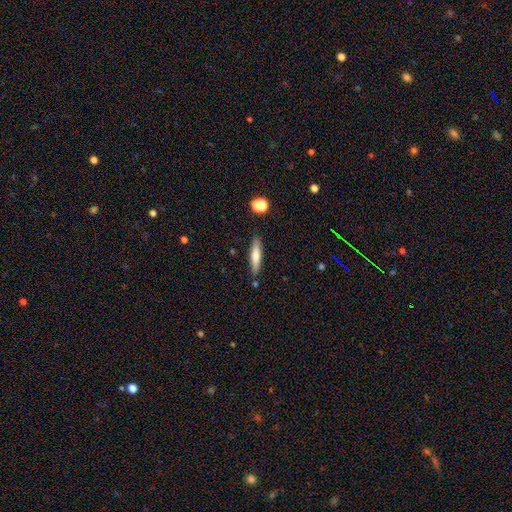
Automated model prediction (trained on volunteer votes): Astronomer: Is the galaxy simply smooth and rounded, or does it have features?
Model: smooth — 64%.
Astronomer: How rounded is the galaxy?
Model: cigar-shaped — 82%.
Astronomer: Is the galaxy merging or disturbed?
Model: none — 84%.